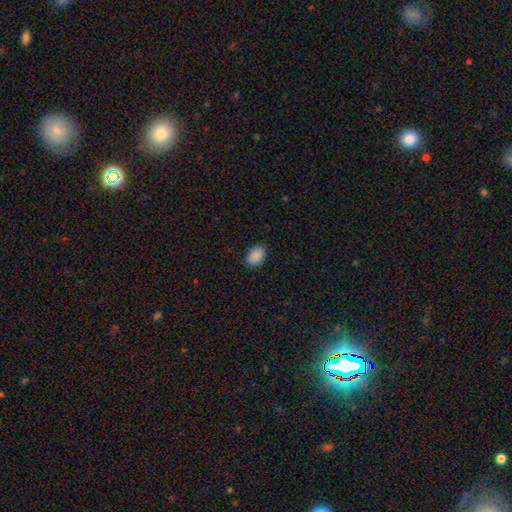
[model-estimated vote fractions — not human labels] Q: Smooth or featured?
A: smooth (89%); runner-up: star or artifact (8%)
Q: How rounded?
A: in between (77%); runner-up: round (22%)
Q: Merging?
A: none (86%); runner-up: minor disturbance (11%)